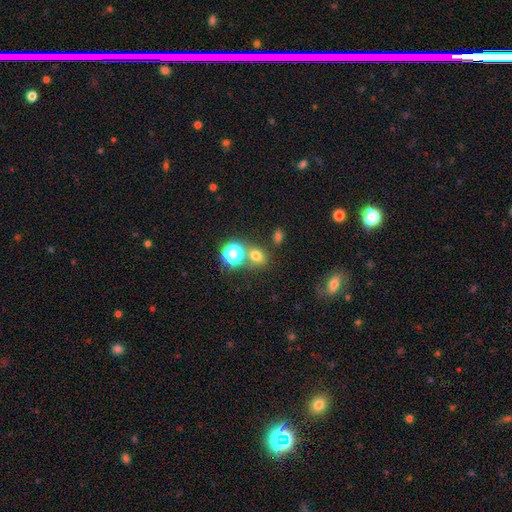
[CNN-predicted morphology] smooth 66%, star or artifact 24%, featured or disk 10%. Down the decision tree: how rounded — round (60%); merging — none (62%).